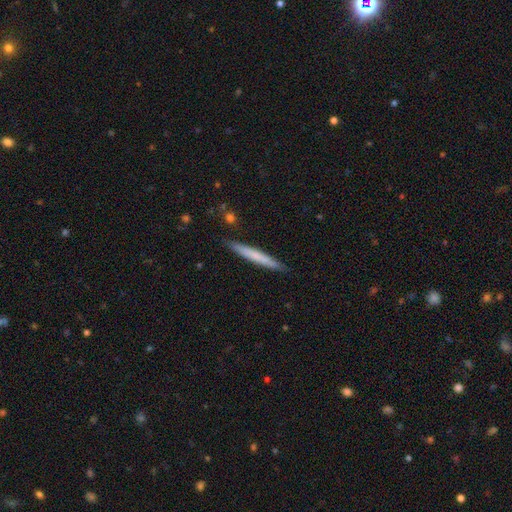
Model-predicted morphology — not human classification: A smooth galaxy with no disk features (62%) that is cigar-shaped (96%). Merging: none (89%).